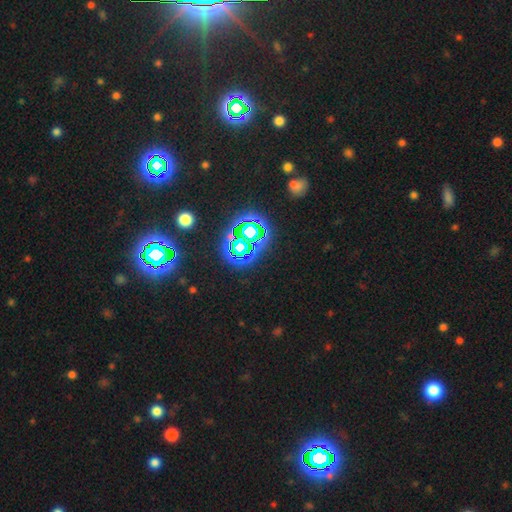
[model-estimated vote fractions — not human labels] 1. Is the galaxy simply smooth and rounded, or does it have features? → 78% star or artifact, 14% smooth, 7% featured or disk.